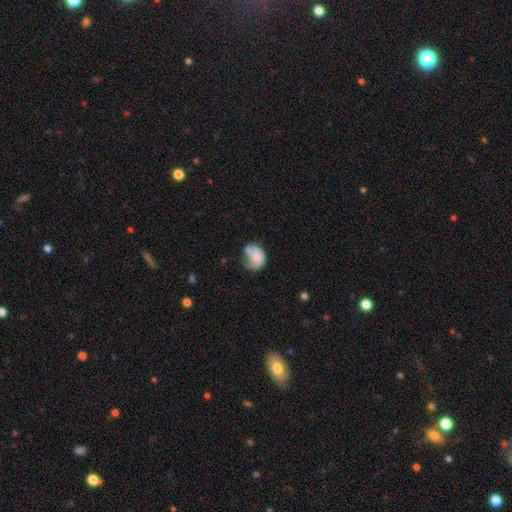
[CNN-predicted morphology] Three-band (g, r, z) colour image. It shows a smooth galaxy with no disk features (59%) that is in between round and cigar-shaped (56%). Merging: none (31%).